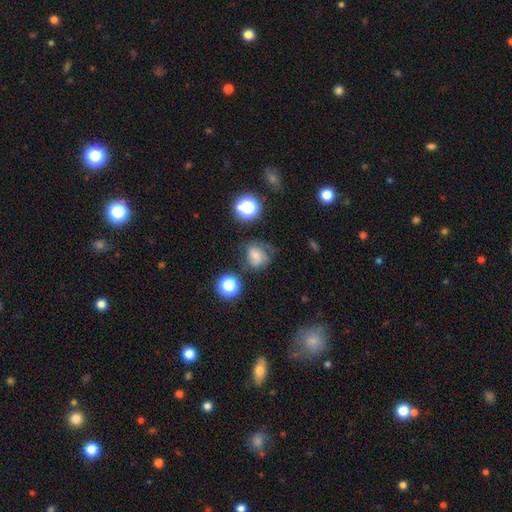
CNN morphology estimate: This is possibly a smooth galaxy (50%). How rounded: likely round (71%). Merging: possibly none (51%).